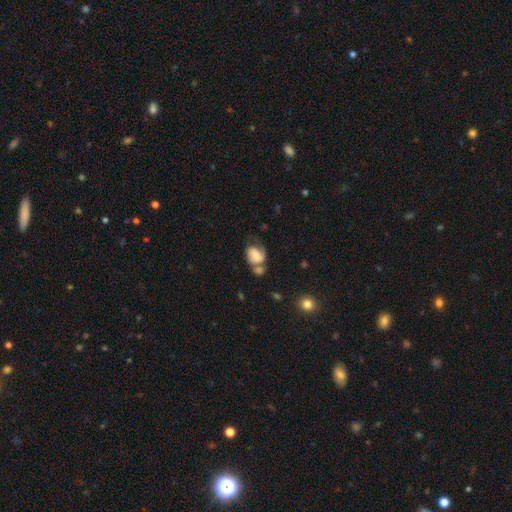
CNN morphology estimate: smooth_or_featured: smooth (p=0.59) [alt: featured or disk p=0.33]
how_rounded: in between (p=0.68) [alt: round p=0.31]
merging: merger (p=0.35) [alt: none p=0.27]